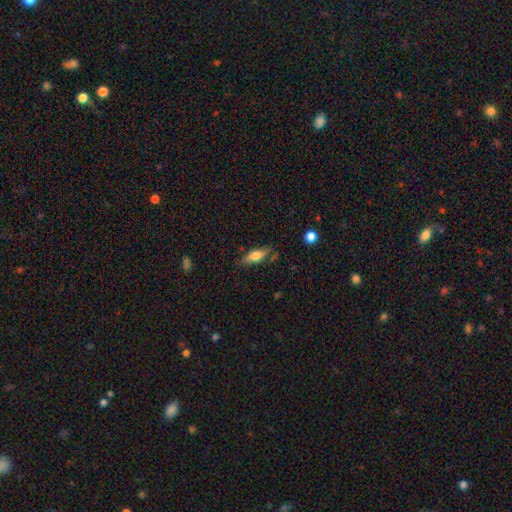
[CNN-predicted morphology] Overall: smooth (61%; featured or disk 31%). How rounded: in between (58%; cigar-shaped 39%). Merging: none (76%).